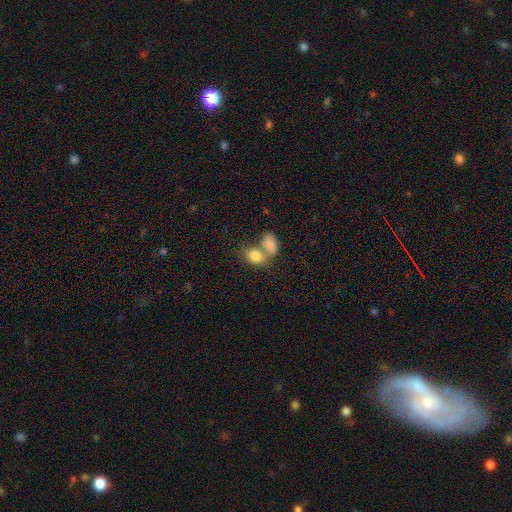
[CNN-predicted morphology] The model was most divided on "merging": merger: 59%, none: 29%, minor disturbance: 8%, major disturbance: 4%. More confident: smooth or featured — smooth (82%); how rounded — in between (68%).